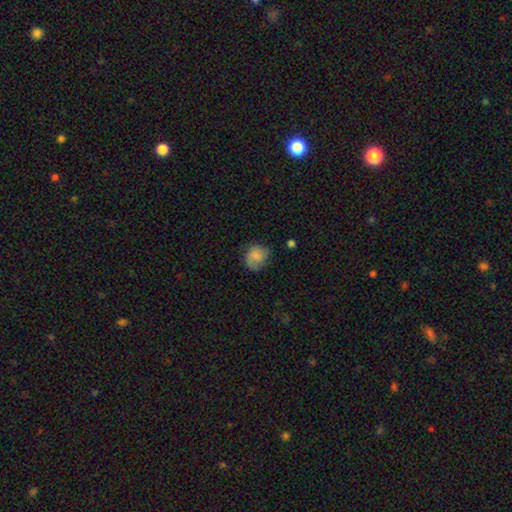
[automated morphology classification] This appears to be a smooth galaxy with no disk features (77%) that is round (68%). Merging: none (58%).